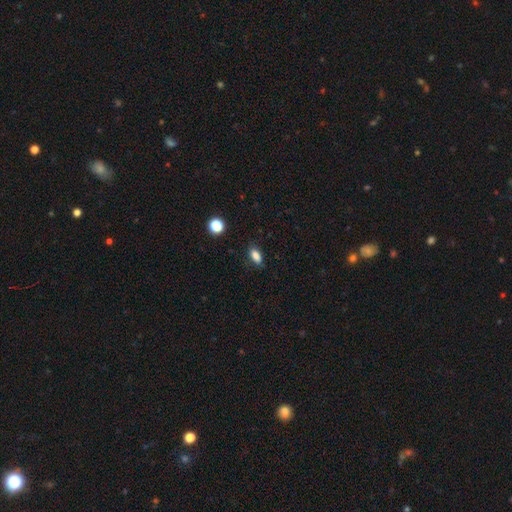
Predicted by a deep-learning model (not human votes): A smooth galaxy with no disk features (83%) that is in between round and cigar-shaped (84%).

Vote fractions:
- Smooth or featured? smooth: 83% / star or artifact: 10% / featured or disk: 6%
- How rounded? in between: 84% / cigar-shaped: 8% / round: 8%
- Merging? none: 85% / minor disturbance: 12% / major disturbance: 3% / merger: 1%